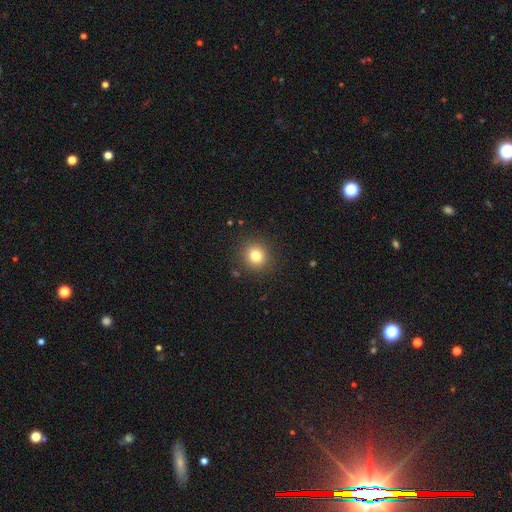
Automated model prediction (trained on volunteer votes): Overall: smooth (80%). How rounded: round (90%). Merging: none (89%).